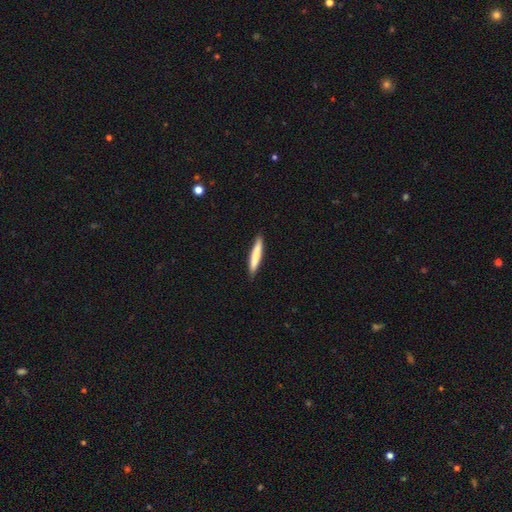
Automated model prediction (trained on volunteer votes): The model was most divided on "smooth or featured": smooth: 73%, featured or disk: 22%, star or artifact: 5%. More confident: how rounded — cigar-shaped (94%); merging — none (90%).